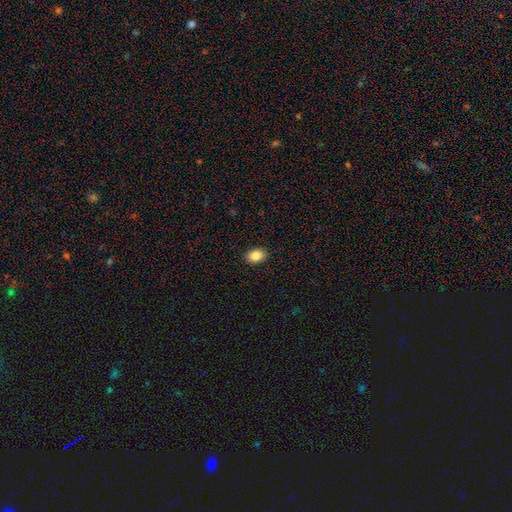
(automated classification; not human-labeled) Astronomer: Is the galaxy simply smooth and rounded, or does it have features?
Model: smooth — 86%.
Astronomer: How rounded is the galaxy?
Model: in between — 81%.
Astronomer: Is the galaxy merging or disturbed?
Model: none — 89%.